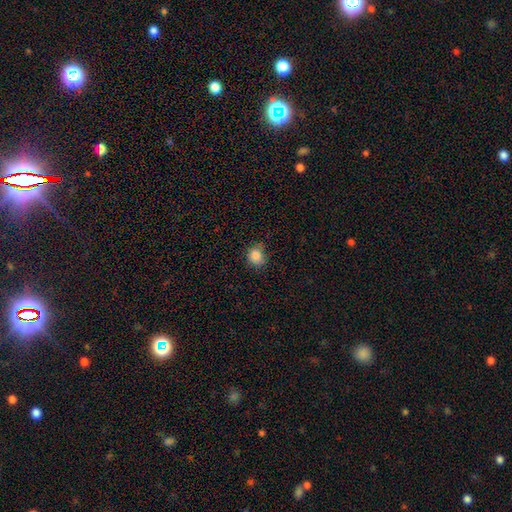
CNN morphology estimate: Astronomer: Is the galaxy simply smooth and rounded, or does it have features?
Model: smooth — 84%.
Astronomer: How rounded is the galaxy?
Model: round — 77%.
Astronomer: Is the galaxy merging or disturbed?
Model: none — 72%.